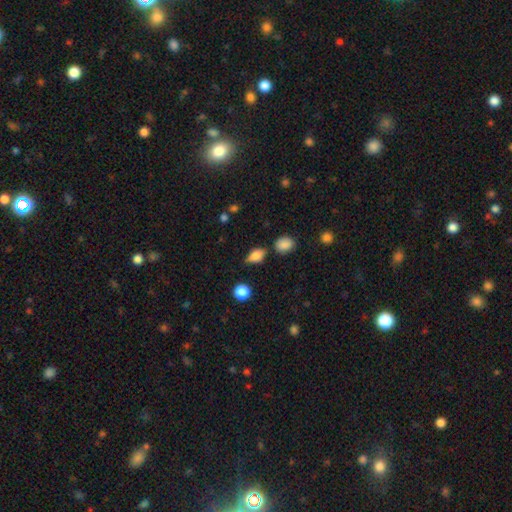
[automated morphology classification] The model was most divided on "merging": none: 68%, minor disturbance: 21%, merger: 6%, major disturbance: 5%. More confident: how rounded — in between (82%); smooth or featured — smooth (79%).